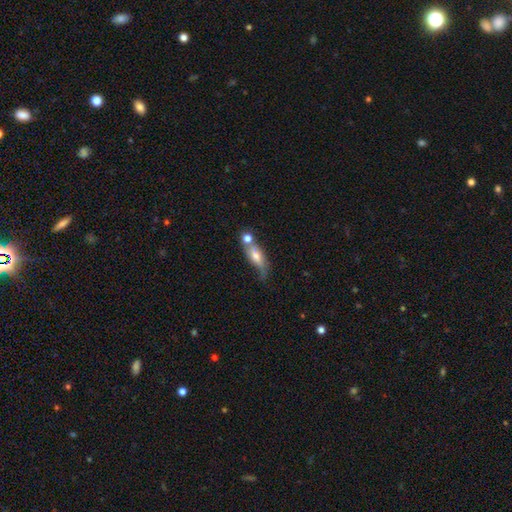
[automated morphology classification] Smooth or featured? Predicted: smooth (p=0.56). How rounded? Predicted: in between (p=0.58). Merging? Predicted: none (p=0.35).